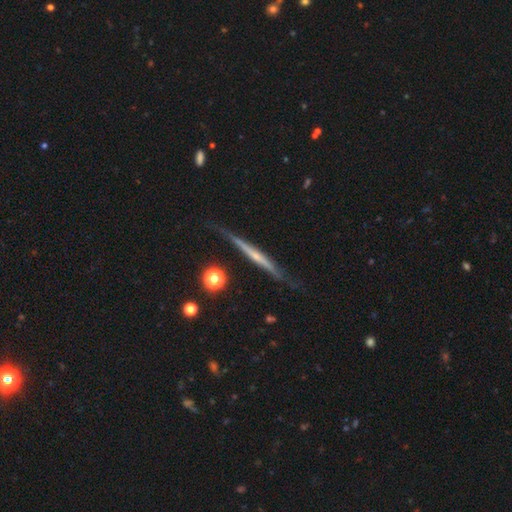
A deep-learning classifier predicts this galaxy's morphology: A featured or disk galaxy (71%) viewed edge-on (97%) with no central bulge (55%).

Vote fractions:
- Smooth or featured? featured or disk: 71% / smooth: 23% / star or artifact: 7%
- Edge-on disk? yes: 97% / no: 3%
- Edge-on bulge? none: 55% / rounded: 38% / boxy: 7%
- Merging? none: 79% / minor disturbance: 16% / major disturbance: 3% / merger: 2%